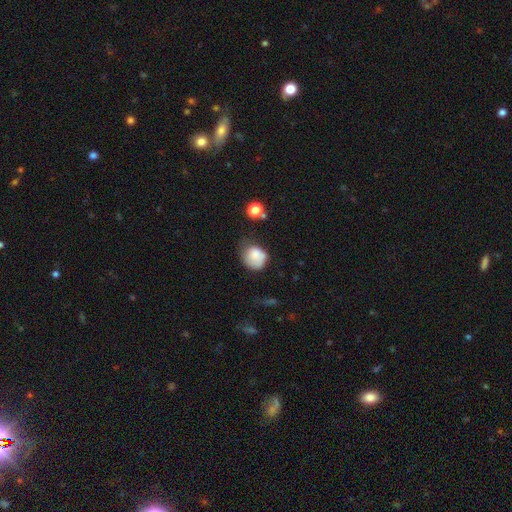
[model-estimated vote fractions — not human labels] smooth 78%, featured or disk 12%, star or artifact 10%. Down the decision tree: how rounded — round (66%); merging — none (40%).